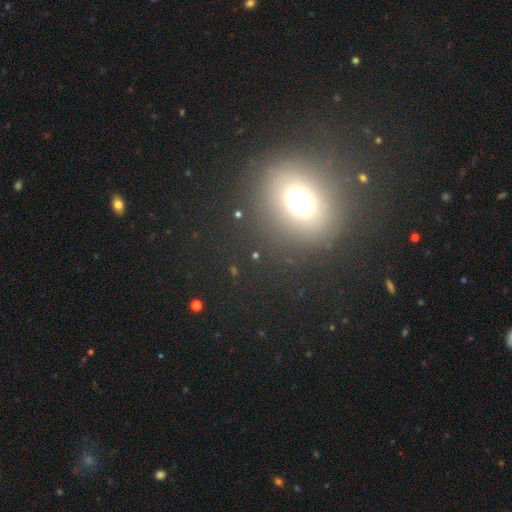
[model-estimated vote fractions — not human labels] The model was most divided on "smooth or featured": smooth: 61%, star or artifact: 27%, featured or disk: 12%. More confident: merging — none (84%); how rounded — round (67%).